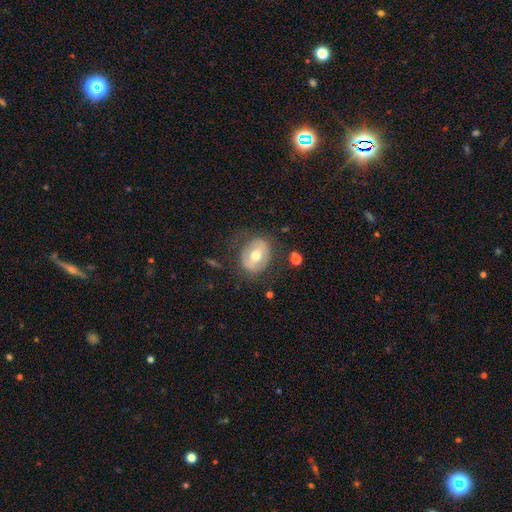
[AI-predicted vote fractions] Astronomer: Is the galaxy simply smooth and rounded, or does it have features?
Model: featured or disk — 47% (runner-up: smooth, 45%).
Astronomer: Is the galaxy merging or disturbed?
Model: none — 69%.